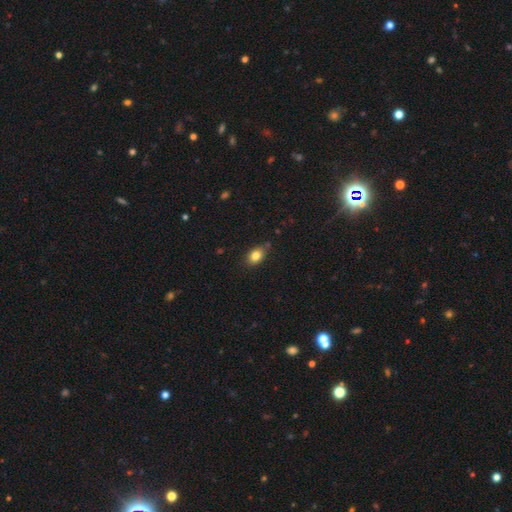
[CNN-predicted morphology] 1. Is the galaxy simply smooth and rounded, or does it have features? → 82% smooth, 10% star or artifact, 8% featured or disk.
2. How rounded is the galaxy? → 73% in between, 26% round, 2% cigar-shaped.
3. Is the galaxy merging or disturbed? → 77% none, 16% minor disturbance, 4% merger, 3% major disturbance.